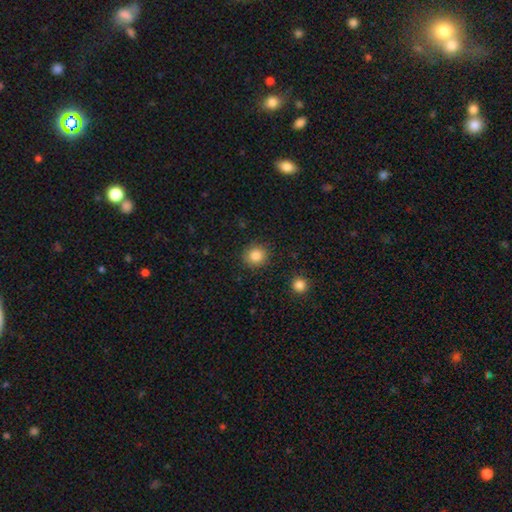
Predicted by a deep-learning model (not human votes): The model was most divided on "smooth or featured": smooth: 84%, star or artifact: 10%, featured or disk: 5%. More confident: how rounded — round (89%); merging — none (89%).